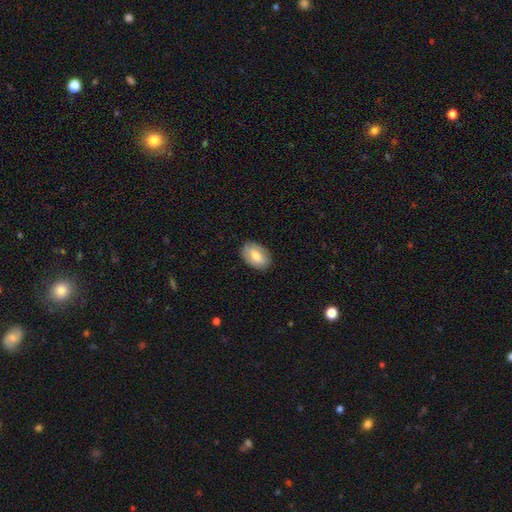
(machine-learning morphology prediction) Smooth or featured? smooth (79%)
How rounded? in between (91%)
Merging? none (86%)